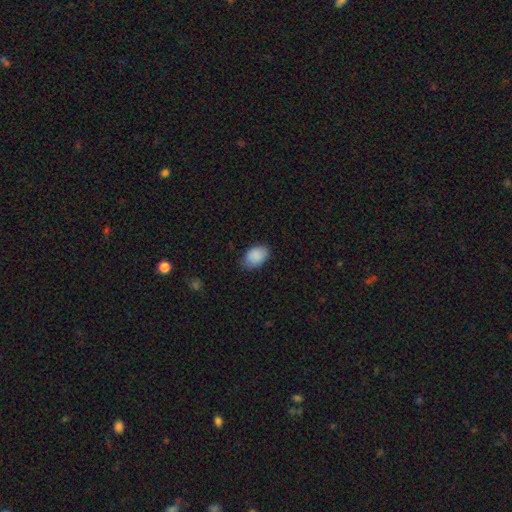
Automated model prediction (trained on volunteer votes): Smooth or featured? smooth (90%)
How rounded? in between (88%)
Merging? none (80%)